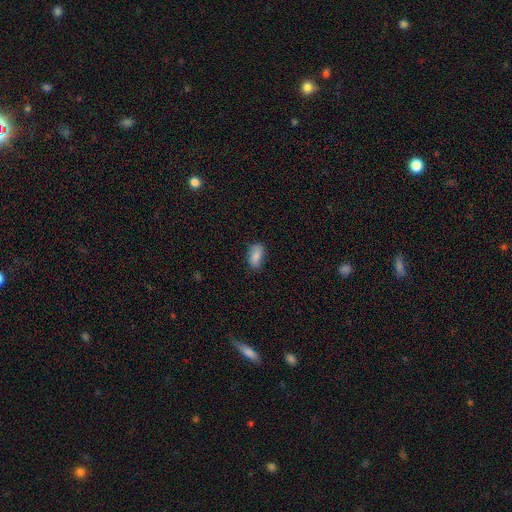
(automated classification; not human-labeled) smooth-or-featured: smooth: 84% | featured or disk: 8% | star or artifact: 7%
  how-rounded: in between: 91% | round: 5% | cigar-shaped: 4%
  merging: none: 75% | minor disturbance: 20% | major disturbance: 4% | merger: 1%